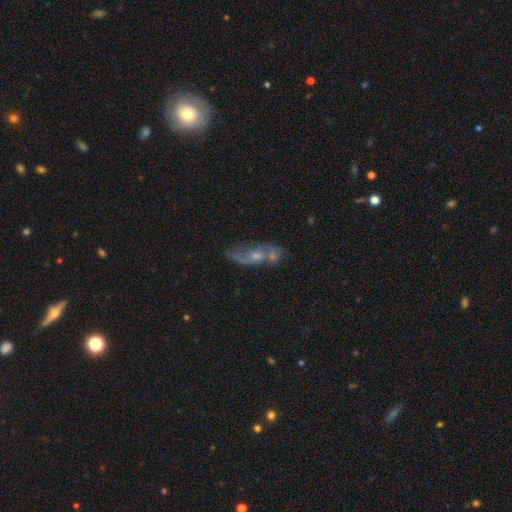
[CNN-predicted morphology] Smooth or featured? featured or disk (60%)
Edge-on disk? no (85%)
Bar? no (72%)
Spiral arms? yes (69%)
Bulge size? moderate (43%, tied with small)
Merging? none (38%)